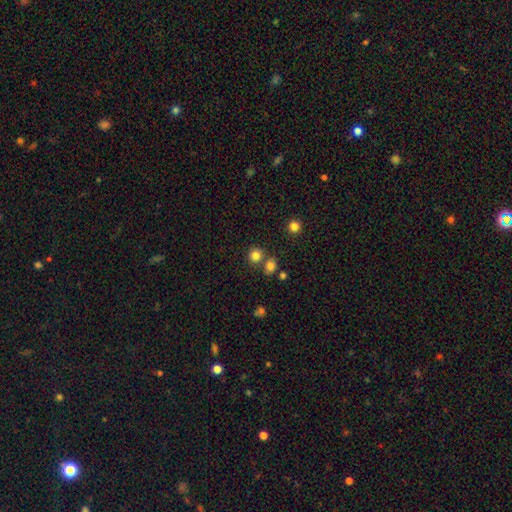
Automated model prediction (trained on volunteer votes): A smooth galaxy with no disk features (81%) that is round (87%). Merging: none (71%).